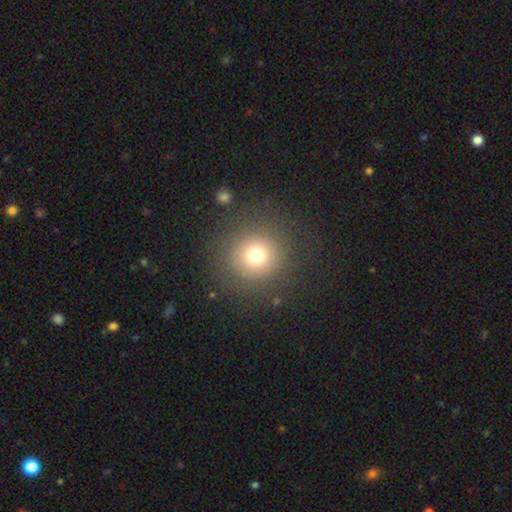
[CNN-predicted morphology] Smooth or featured? Predicted: smooth (p=0.73). How rounded? Predicted: round (p=0.94). Merging? Predicted: none (p=0.86).